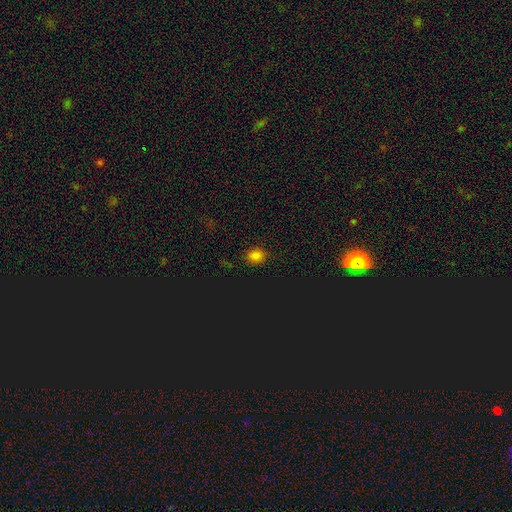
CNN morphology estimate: This is likely a smooth galaxy (73%). How rounded: possibly round (58%). Merging: clearly none (85%).